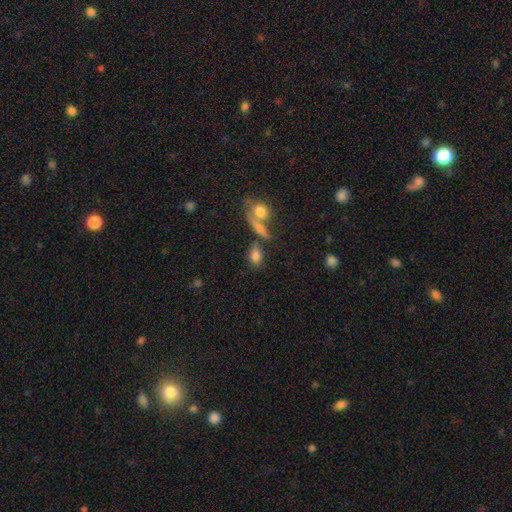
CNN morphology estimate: Smooth or featured?
  - smooth: 78% *
  - star or artifact: 11%
  - featured or disk: 10%
How rounded?
  - in between: 72% *
  - round: 20%
  - cigar-shaped: 8%
Merging?
  - none: 52% *
  - merger: 27%
  - minor disturbance: 14%
  - major disturbance: 7%